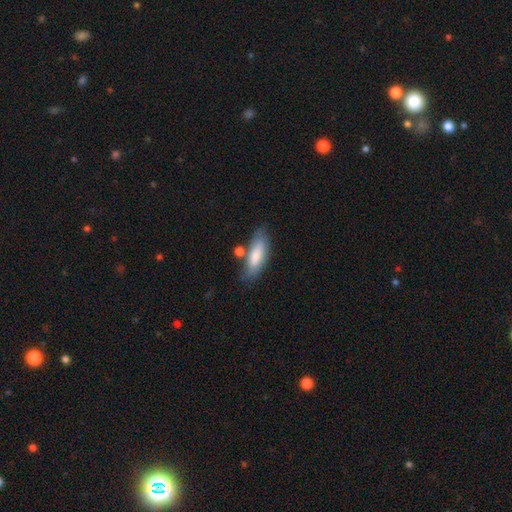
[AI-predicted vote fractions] Smooth or featured? Predicted: smooth (p=0.79). How rounded? Predicted: in between (p=0.67). Merging? Predicted: none (p=0.62).